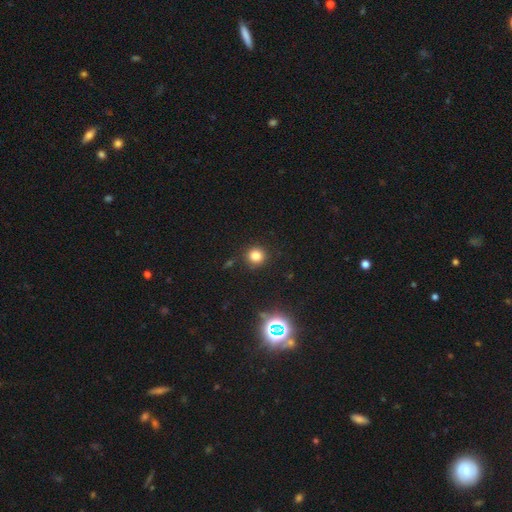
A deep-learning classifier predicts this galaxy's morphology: smooth_or_featured: smooth (p=0.78) [alt: star or artifact p=0.16]
how_rounded: round (p=0.92) [alt: in between p=0.07]
merging: none (p=0.87) [alt: minor disturbance p=0.08]